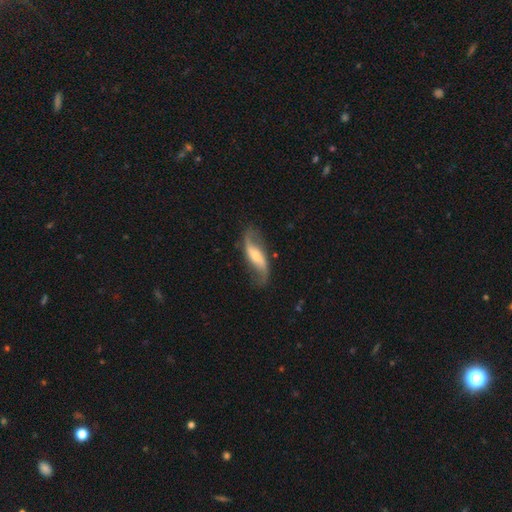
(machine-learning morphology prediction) smooth_or_featured: featured or disk (p=0.81) [alt: smooth p=0.14]
disk_edge_on: no (p=0.90) [alt: yes p=0.10]
bar: weak (p=0.38) [alt: no p=0.33]
has_spiral_arms: yes (p=0.94) [alt: no p=0.06]
spiral_winding: loose (p=0.83) [alt: medium p=0.13]
spiral_arm_count: 2 (p=0.92) [alt: 1 p=0.03]
bulge_size: moderate (p=0.49) [alt: small p=0.38]
merging: none (p=0.74) [alt: minor disturbance p=0.16]